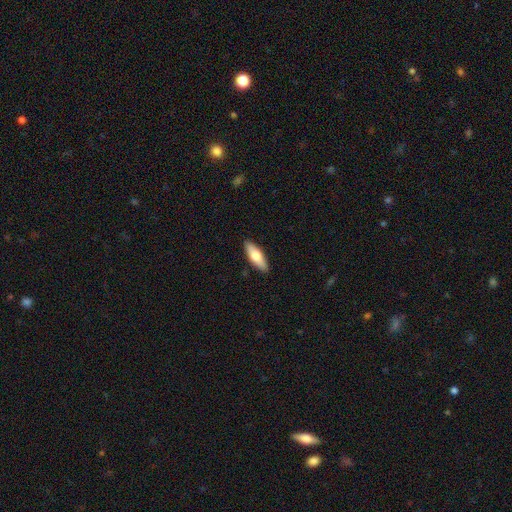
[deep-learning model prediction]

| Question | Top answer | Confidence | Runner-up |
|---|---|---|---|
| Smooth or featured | smooth | 69% | featured or disk (26%) |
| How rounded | in between | 57% | cigar-shaped (41%) |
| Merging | none | 90% | minor disturbance (8%) |